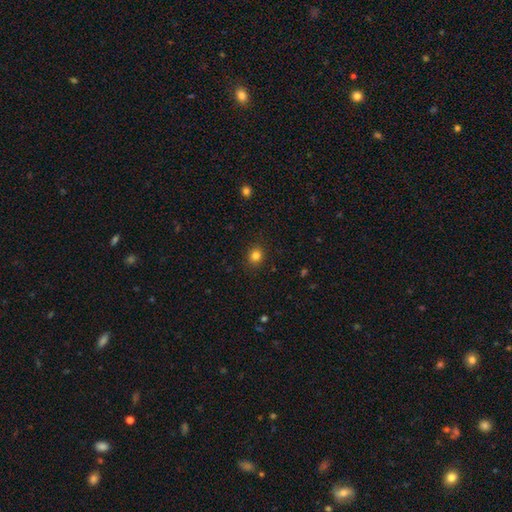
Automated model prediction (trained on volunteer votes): smooth_or_featured: smooth (p=0.82) [alt: star or artifact p=0.13]
how_rounded: round (p=0.77) [alt: in between p=0.22]
merging: none (p=0.90) [alt: minor disturbance p=0.07]